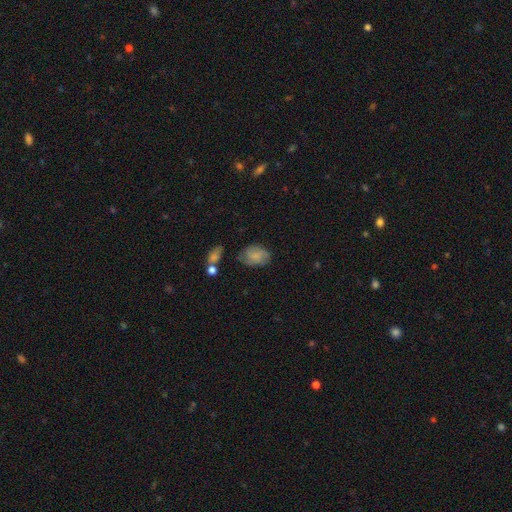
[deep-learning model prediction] Q: Smooth or featured?
A: smooth (55%); runner-up: featured or disk (36%)
Q: How rounded?
A: in between (75%); runner-up: round (24%)
Q: Merging?
A: none (63%); runner-up: minor disturbance (24%)